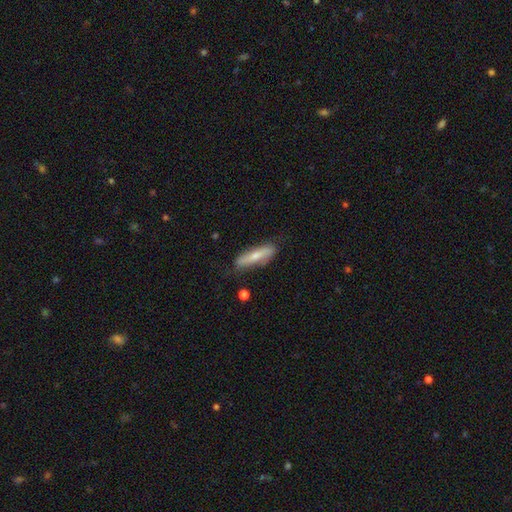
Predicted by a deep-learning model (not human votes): Smooth or featured: smooth — 58% (featured or disk — 36%)
How rounded: cigar-shaped — 75% (in between — 23%)
Merging: none — 77% (minor disturbance — 18%)